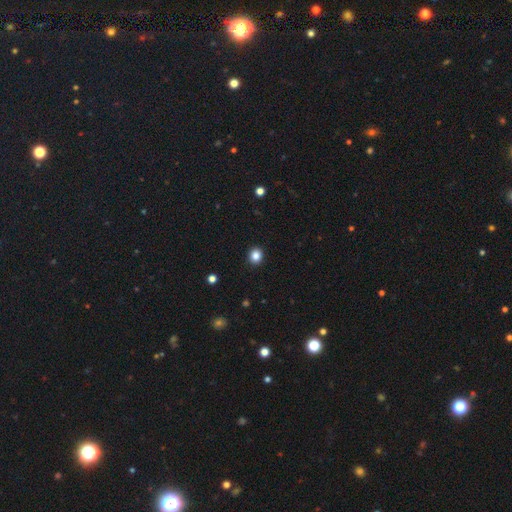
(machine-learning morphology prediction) A smooth galaxy with no disk features (85%) that is round (81%). Merging: none (92%).